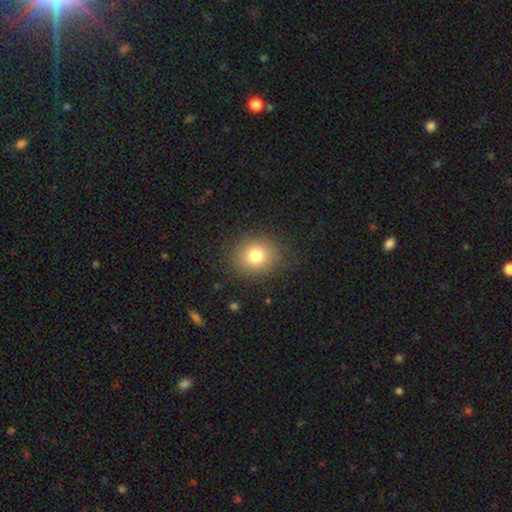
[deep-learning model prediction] The model was most divided on "how rounded": round: 75%, in between: 24%, cigar-shaped: 1%. More confident: merging — none (87%); smooth or featured — smooth (78%).